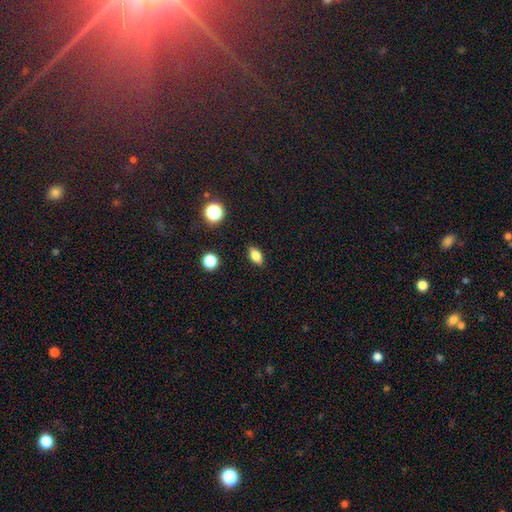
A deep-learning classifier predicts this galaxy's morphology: This appears to be a smooth galaxy with no disk features (80%) that is in between round and cigar-shaped (83%). Merging: none (88%).